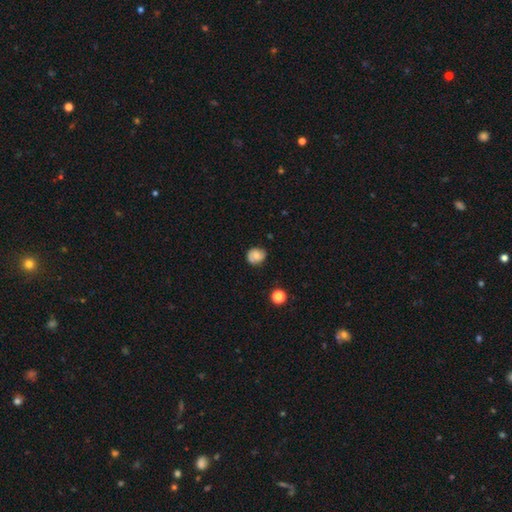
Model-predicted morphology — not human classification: Smooth or featured? smooth (61%)
How rounded? round (74%)
Merging? none (76%)